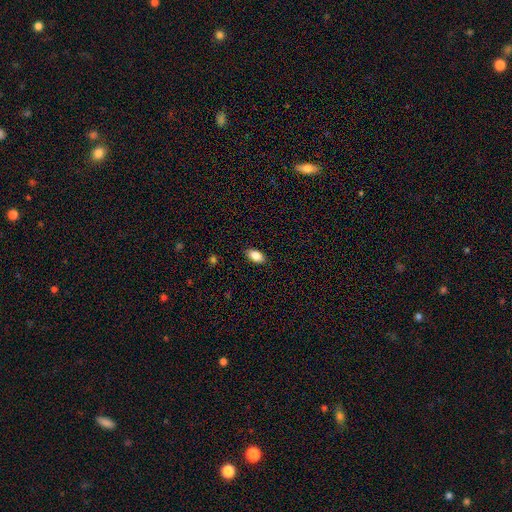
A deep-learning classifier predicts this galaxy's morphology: smooth 85%, star or artifact 8%, featured or disk 7%. Down the decision tree: how rounded — in between (92%); merging — none (88%).